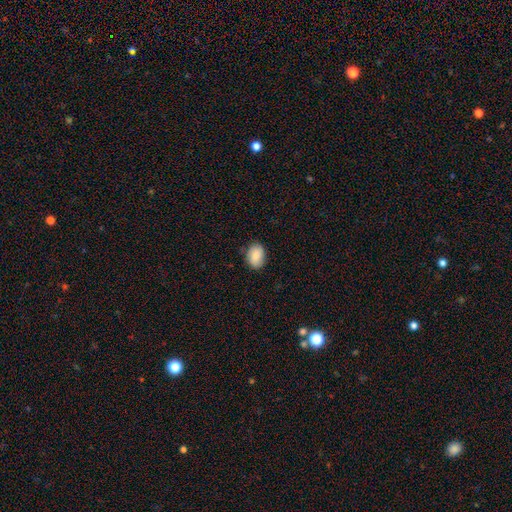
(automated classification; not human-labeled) smooth_or_featured: smooth (p=0.84) [alt: featured or disk p=0.09]
how_rounded: in between (p=0.75) [alt: round p=0.24]
merging: none (p=0.81) [alt: minor disturbance p=0.15]